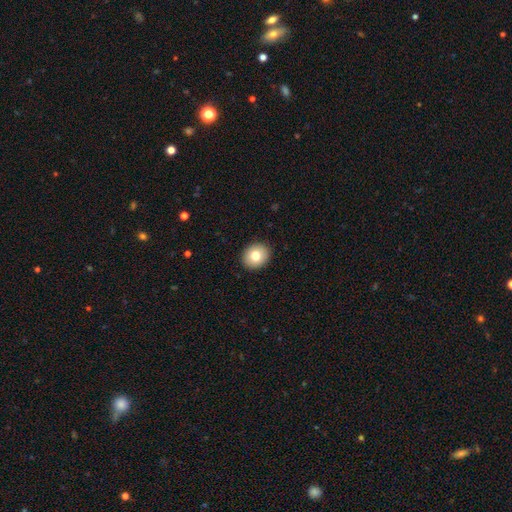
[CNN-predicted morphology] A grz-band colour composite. It shows a smooth galaxy with no disk features (79%) that is round (65%). Merging: none (92%).